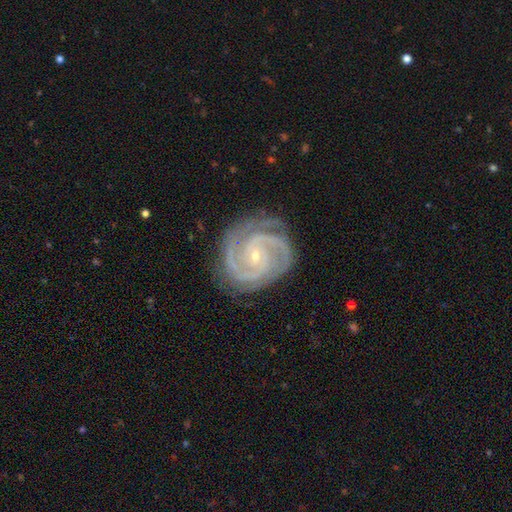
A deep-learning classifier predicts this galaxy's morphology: type=featured or disk (93%); edge-on=no (98%); bar=no (59%); spiral arms=yes (99%); winding=tight (67%); arm count=2 (40%); bulge=small (83%); merging=none (80%).